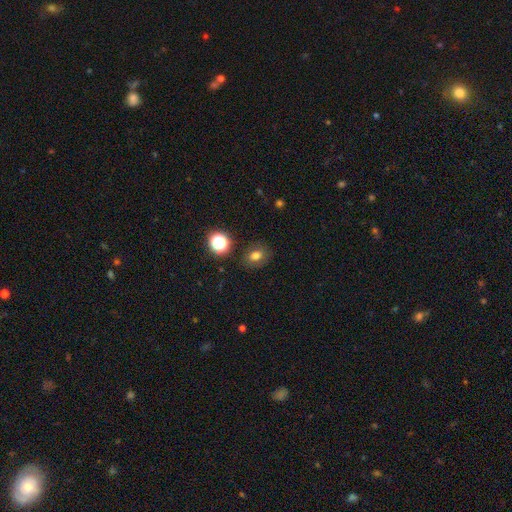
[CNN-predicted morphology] type=smooth (73%); roundness=in between (54%); merging=none (82%).